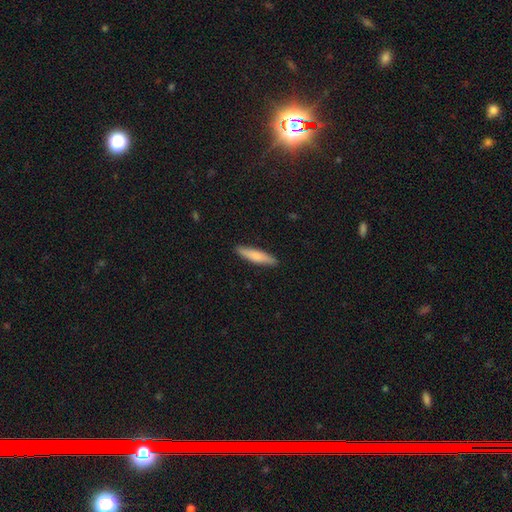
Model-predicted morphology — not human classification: Overall: smooth (75%). How rounded: cigar-shaped (84%). Merging: none (90%).